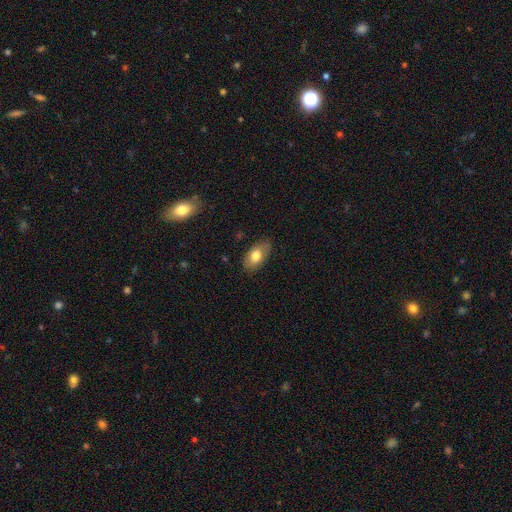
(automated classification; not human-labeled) This is likely a smooth galaxy (77%). How rounded: clearly in between (91%). Merging: clearly none (80%).